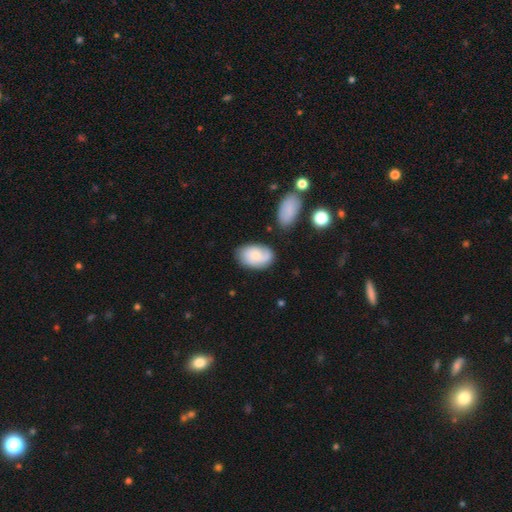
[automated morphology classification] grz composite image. It shows a smooth galaxy with no disk features (59%) that is in between round and cigar-shaped (88%). Merging: none (68%).